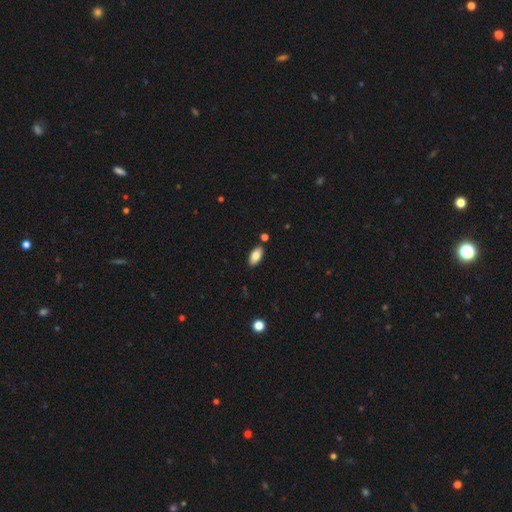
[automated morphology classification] smooth 84%, featured or disk 9%, star or artifact 7%. Down the decision tree: how rounded — in between (92%); merging — none (85%).